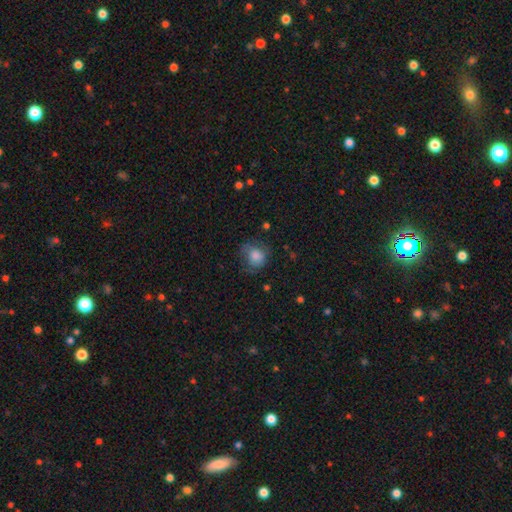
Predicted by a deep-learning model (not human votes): Overall: smooth (72%). How rounded: round (74%). Merging: none (58%; minor disturbance 25%).